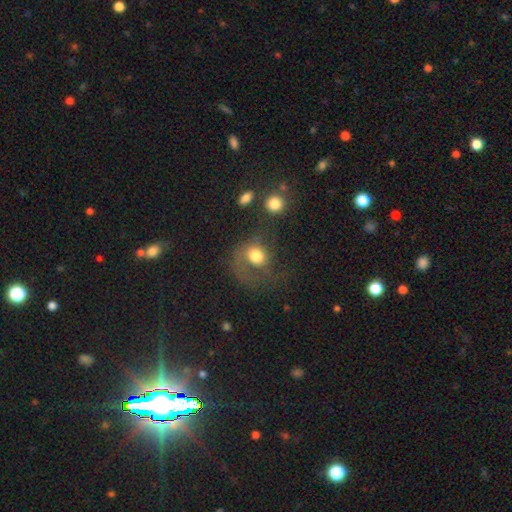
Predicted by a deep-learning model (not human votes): Morphology: type=smooth (55%); roundness=round (70%); merging=major disturbance (42%).